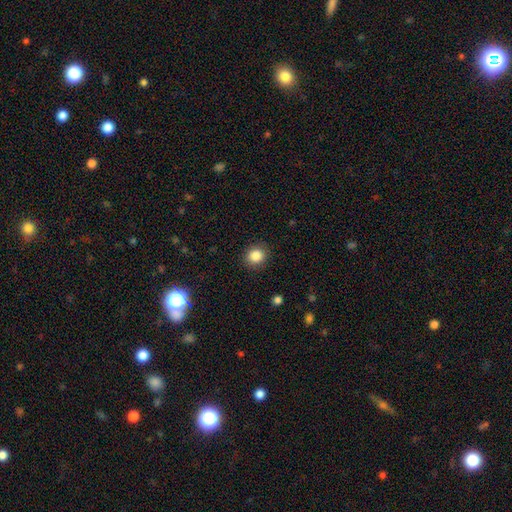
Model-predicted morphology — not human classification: Smooth or featured? Predicted: smooth (p=0.85). How rounded? Predicted: round (p=0.80). Merging? Predicted: none (p=0.89).